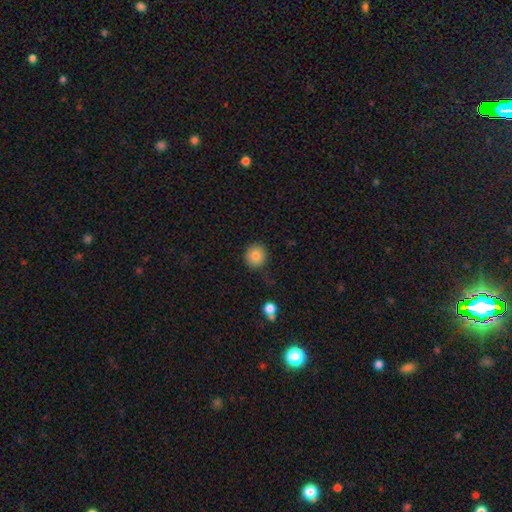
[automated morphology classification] The model was most divided on "smooth or featured": smooth: 82%, star or artifact: 10%, featured or disk: 8%. More confident: how rounded — round (89%); merging — none (86%).